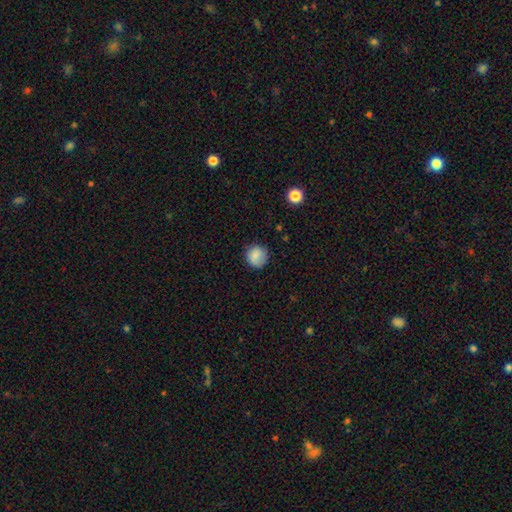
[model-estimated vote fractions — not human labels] smooth 84%, star or artifact 8%, featured or disk 7%. Down the decision tree: how rounded — round (91%); merging — none (80%).